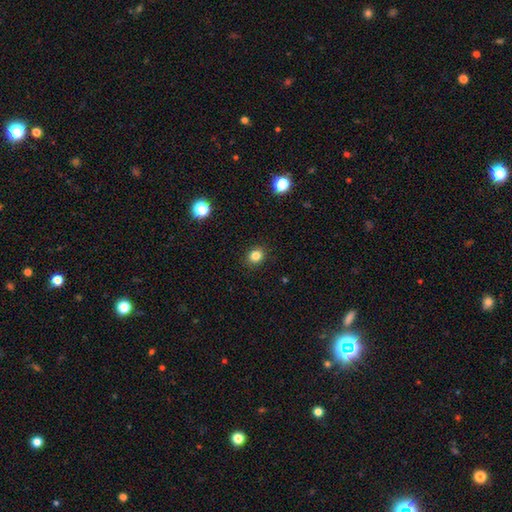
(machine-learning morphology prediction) Q: Smooth or featured?
A: smooth (83%); runner-up: star or artifact (12%)
Q: How rounded?
A: round (69%); runner-up: in between (30%)
Q: Merging?
A: none (90%); runner-up: minor disturbance (7%)